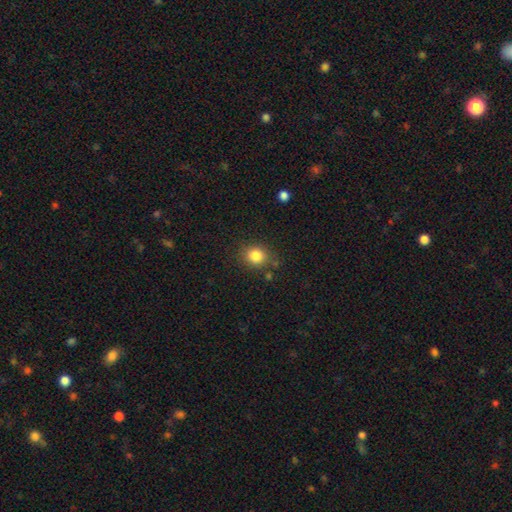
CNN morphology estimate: type=smooth (83%); roundness=round (73%); merging=none (81%).